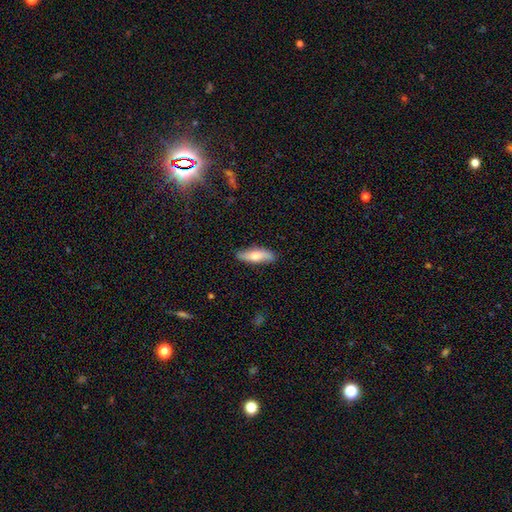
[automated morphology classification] Smooth or featured? smooth (65%)
How rounded? cigar-shaped (52%)
Merging? none (84%)